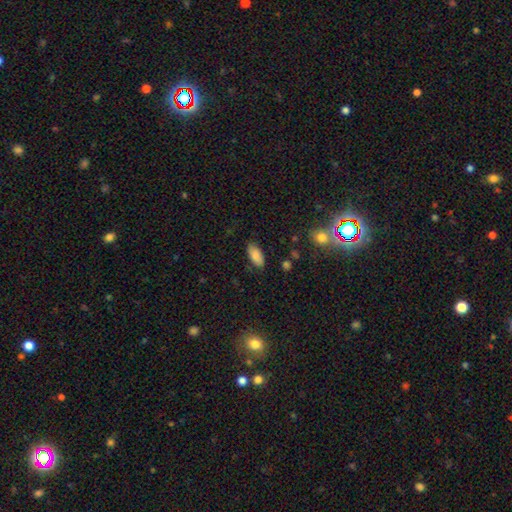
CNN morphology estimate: Q: Smooth or featured?
A: smooth (86%); runner-up: star or artifact (7%)
Q: How rounded?
A: in between (90%); runner-up: cigar-shaped (8%)
Q: Merging?
A: none (83%); runner-up: minor disturbance (13%)